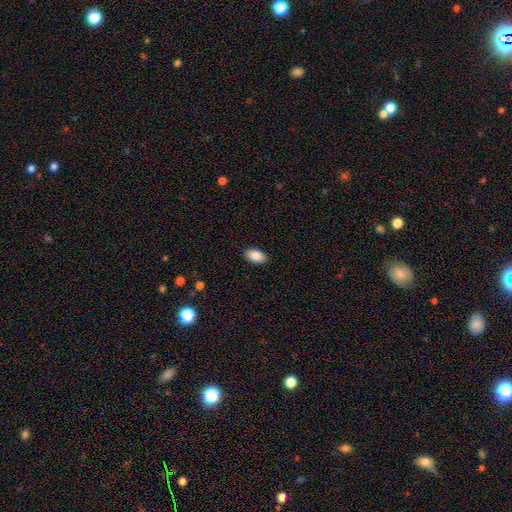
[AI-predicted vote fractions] Q: Smooth or featured?
A: smooth (87%); runner-up: star or artifact (7%)
Q: How rounded?
A: in between (93%); runner-up: round (5%)
Q: Merging?
A: none (89%); runner-up: minor disturbance (8%)